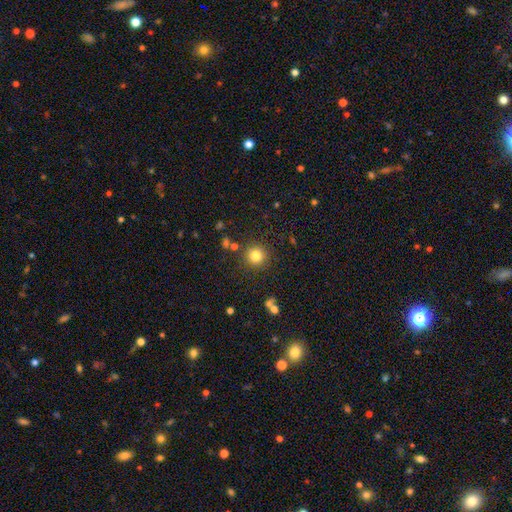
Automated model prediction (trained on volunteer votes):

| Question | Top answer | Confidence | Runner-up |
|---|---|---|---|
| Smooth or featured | smooth | 80% | star or artifact (13%) |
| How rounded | round | 95% | in between (4%) |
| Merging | none | 88% | minor disturbance (7%) |